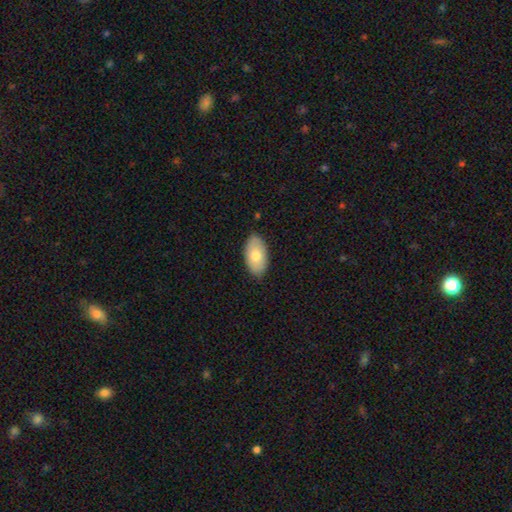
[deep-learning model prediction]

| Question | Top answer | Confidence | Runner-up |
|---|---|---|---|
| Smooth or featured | smooth | 74% | featured or disk (20%) |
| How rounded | in between | 94% | round (4%) |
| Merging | none | 84% | minor disturbance (12%) |